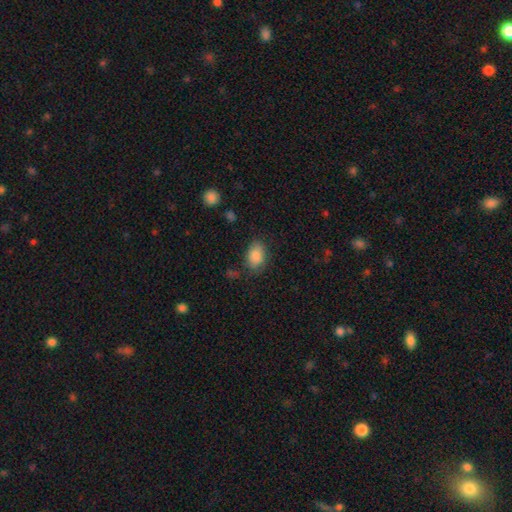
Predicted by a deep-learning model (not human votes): Q: Smooth or featured?
A: smooth (86%); runner-up: star or artifact (8%)
Q: How rounded?
A: in between (85%); runner-up: round (14%)
Q: Merging?
A: none (74%); runner-up: minor disturbance (18%)